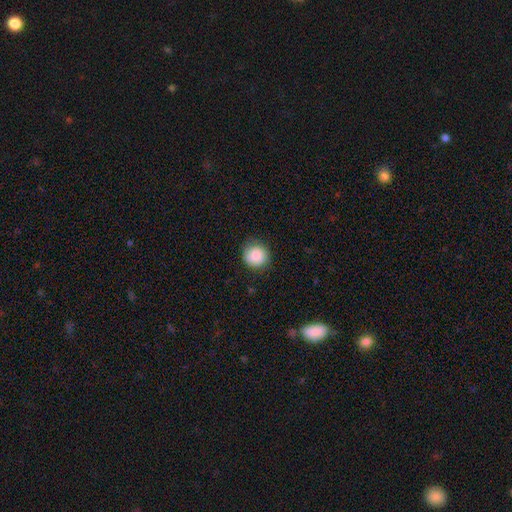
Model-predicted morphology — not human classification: Smooth or featured? Predicted: smooth (p=0.84). How rounded? Predicted: round (p=0.90). Merging? Predicted: none (p=0.79).